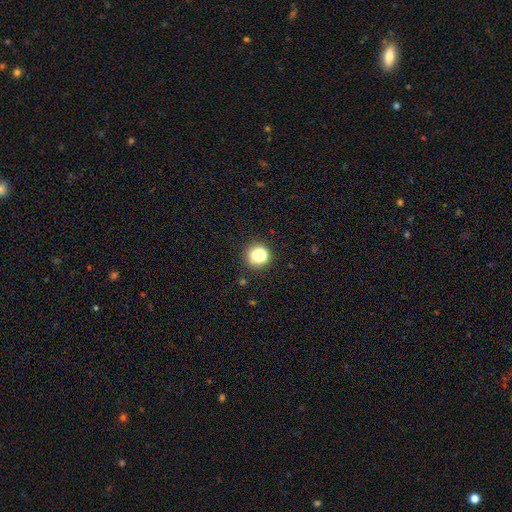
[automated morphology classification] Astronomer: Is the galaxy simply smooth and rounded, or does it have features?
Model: smooth — 71%.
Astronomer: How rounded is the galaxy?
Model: round — 88%.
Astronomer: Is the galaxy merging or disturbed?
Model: none — 78%.